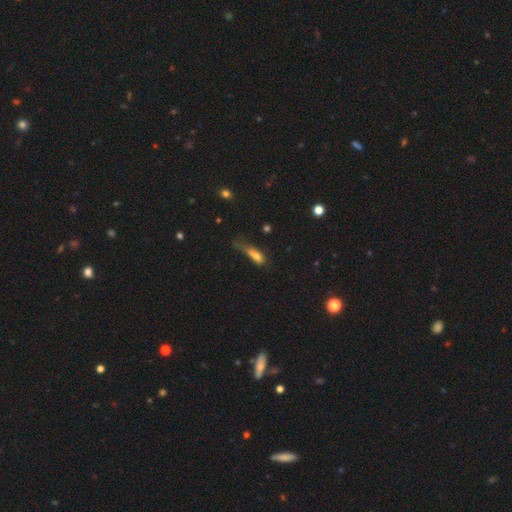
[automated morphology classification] smooth 71%, featured or disk 17%, star or artifact 11%. Down the decision tree: how rounded — in between (52%); merging — major disturbance (39%).